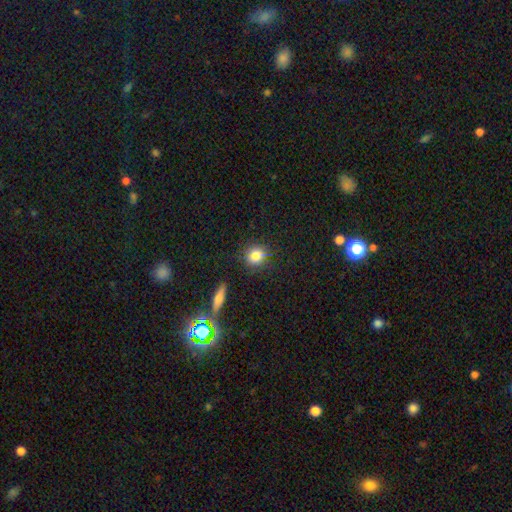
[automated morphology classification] type=smooth (81%); roundness=round (76%); merging=none (80%).